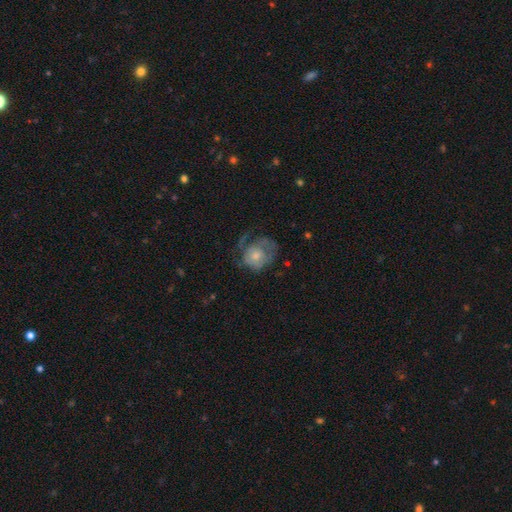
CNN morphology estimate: This appears to be a smooth galaxy with no disk features (51%) that is round (65%). Merging: major disturbance (38%).